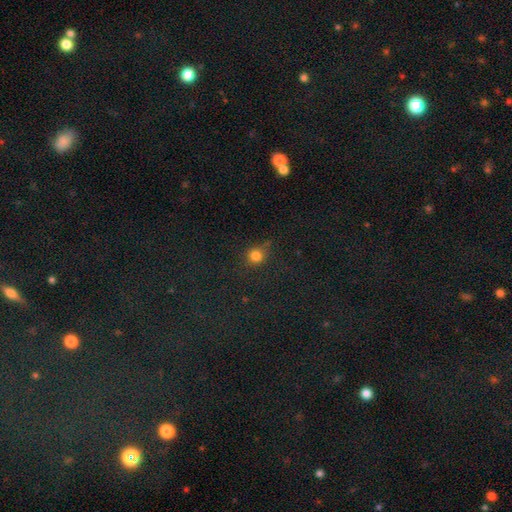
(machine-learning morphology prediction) smooth-or-featured: smooth: 79% | star or artifact: 15% | featured or disk: 5%
  how-rounded: round: 90% | in between: 9% | cigar-shaped: 1%
  merging: none: 77% | minor disturbance: 15% | major disturbance: 5% | merger: 4%